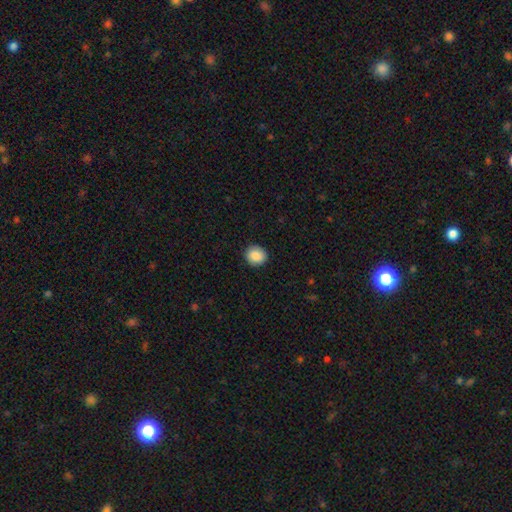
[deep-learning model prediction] Smooth or featured: smooth — 88% (star or artifact — 8%)
How rounded: round — 85% (in between — 14%)
Merging: none — 91% (minor disturbance — 7%)